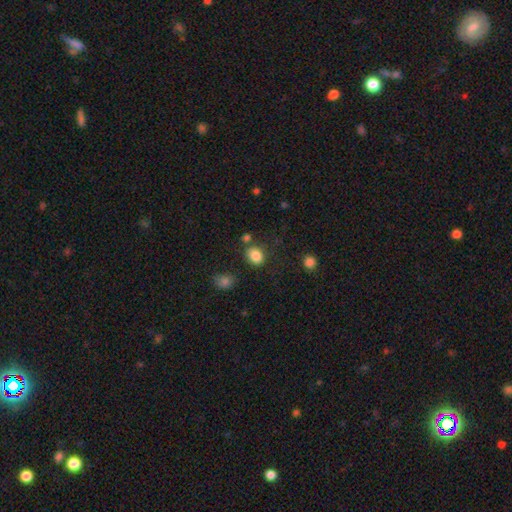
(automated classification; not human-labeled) Morphology: type=smooth (85%); roundness=round (51%); merging=none (73%).